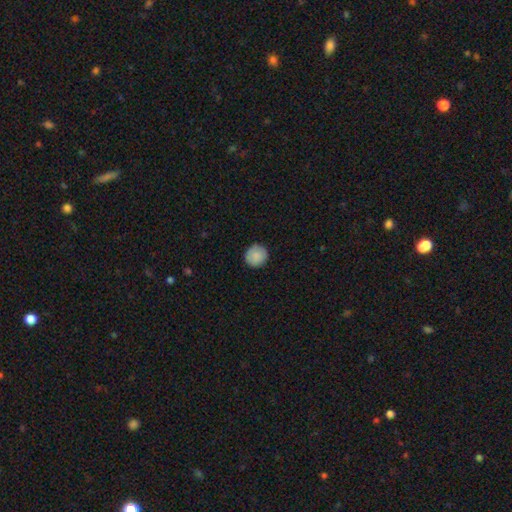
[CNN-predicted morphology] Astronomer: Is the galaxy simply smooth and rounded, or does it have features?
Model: smooth — 86%.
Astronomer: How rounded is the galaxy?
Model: round — 93%.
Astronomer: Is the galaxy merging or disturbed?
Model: none — 89%.